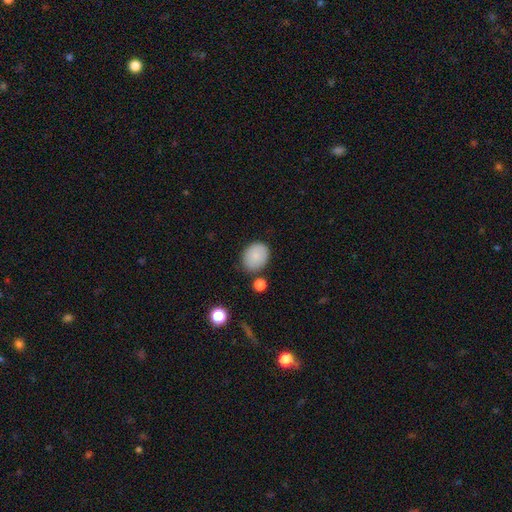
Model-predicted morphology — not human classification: The model was most divided on "how rounded": in between: 57%, round: 42%, cigar-shaped: 1%. More confident: smooth or featured — smooth (86%); merging — none (79%).